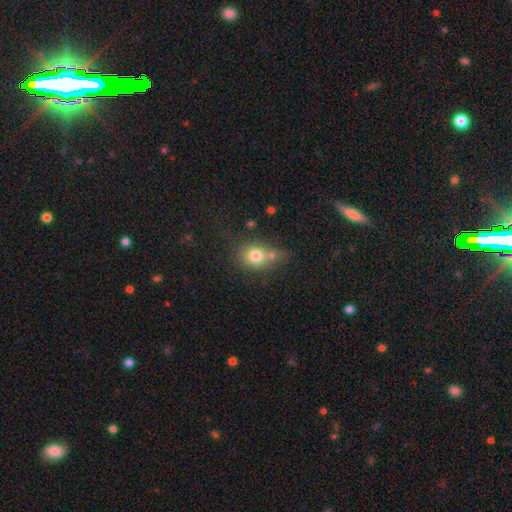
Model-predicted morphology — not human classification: smooth-or-featured: smooth: 76% | featured or disk: 13% | star or artifact: 12%
  how-rounded: round: 70% | in between: 29% | cigar-shaped: 1%
  merging: none: 45% | merger: 35% | minor disturbance: 14% | major disturbance: 6%